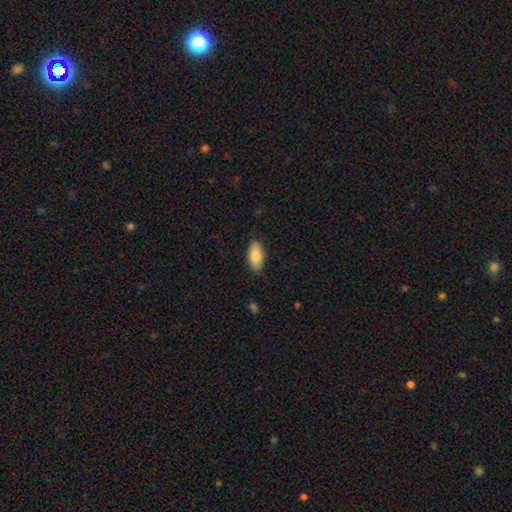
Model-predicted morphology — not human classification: Overall: smooth (79%). How rounded: in between (85%). Merging: none (87%).